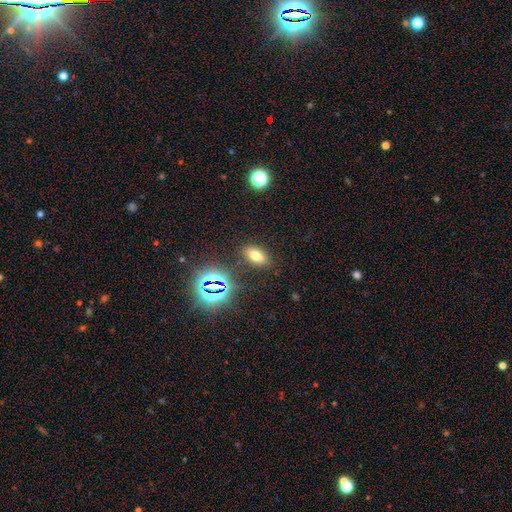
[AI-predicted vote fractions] smooth_or_featured: smooth (p=0.66) [alt: star or artifact p=0.24]
how_rounded: in between (p=0.86) [alt: round p=0.09]
merging: none (p=0.86) [alt: minor disturbance p=0.08]